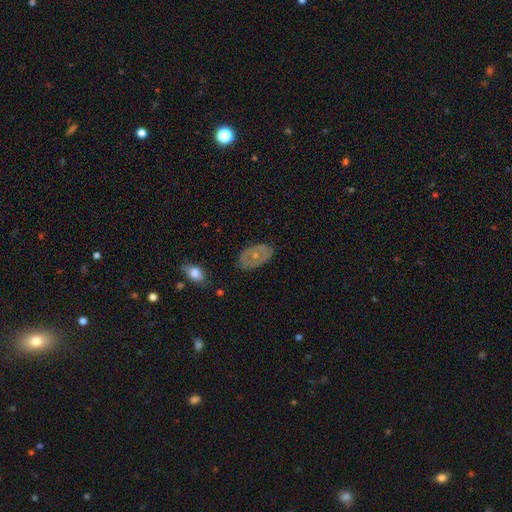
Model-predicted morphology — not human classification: Smooth or featured: featured or disk — 56% (smooth — 37%)
Edge-on disk: no — 92% (yes — 8%)
Bar: no — 86% (weak — 10%)
Spiral arms: no — 80% (yes — 20%)
Bulge size: moderate — 50% (small — 45%)
Merging: none — 75% (minor disturbance — 18%)